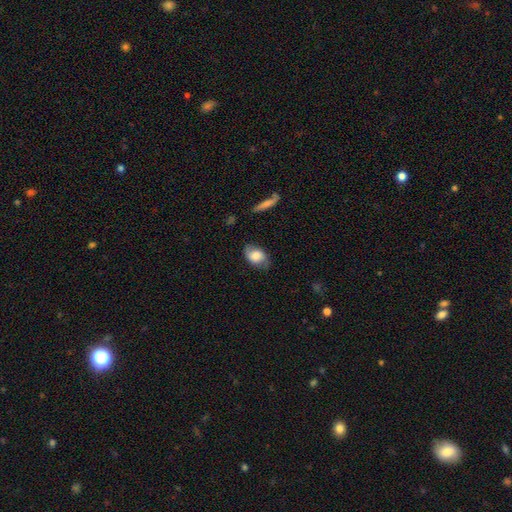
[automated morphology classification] Smooth or featured? smooth (62%)
How rounded? in between (83%)
Merging? none (73%)